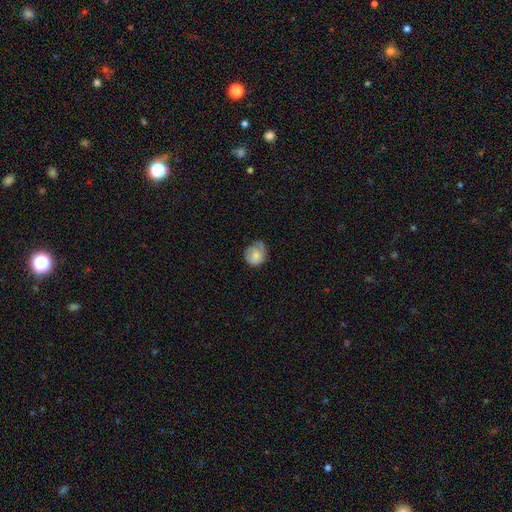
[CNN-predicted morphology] Smooth or featured: smooth — 73% (featured or disk — 20%)
How rounded: round — 71% (in between — 28%)
Merging: none — 49% (minor disturbance — 36%)